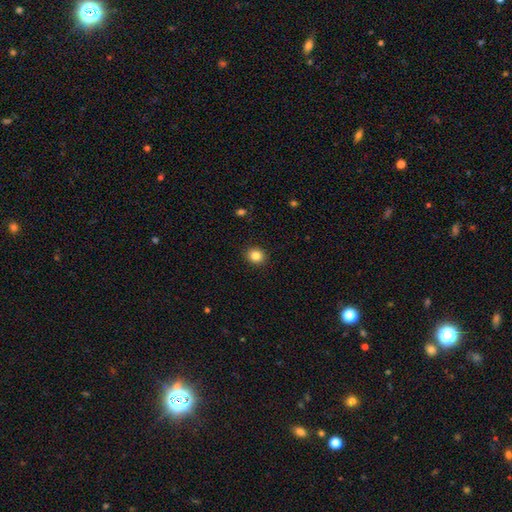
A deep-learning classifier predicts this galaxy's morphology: smooth_or_featured: smooth (p=0.85) [alt: star or artifact p=0.10]
how_rounded: round (p=0.77) [alt: in between p=0.22]
merging: none (p=0.91) [alt: minor disturbance p=0.06]